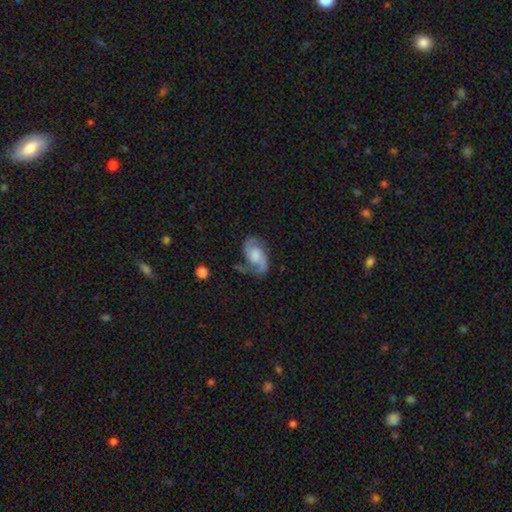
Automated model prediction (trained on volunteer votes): A featured or disk galaxy (83%) with no bar (58%), 2 (91%) medium (52%) spiral arms (96%) and a moderate central bulge (34%). Merging: none (67%).